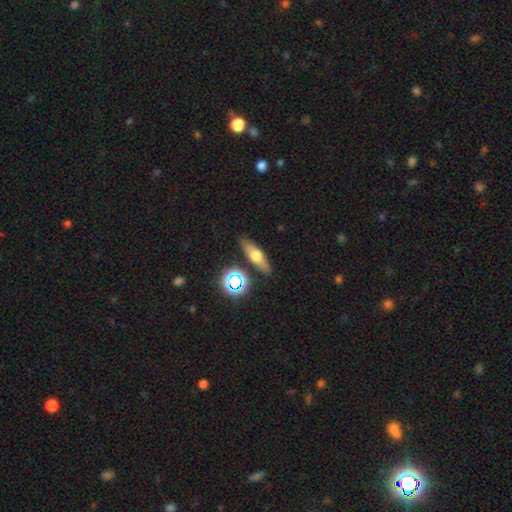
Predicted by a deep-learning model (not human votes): Overall: smooth (49%; featured or disk 37%). Merging: none (84%).